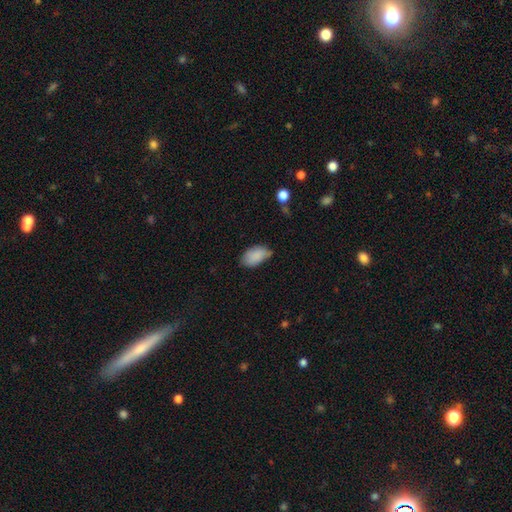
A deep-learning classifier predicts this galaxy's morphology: This appears to be a smooth galaxy with no disk features (87%) that is in between round and cigar-shaped (94%). Merging: none (60%).